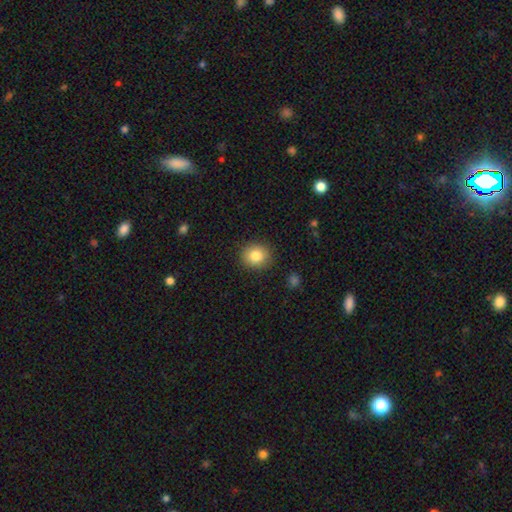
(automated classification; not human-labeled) Smooth or featured?
  - smooth: 83% *
  - star or artifact: 10%
  - featured or disk: 7%
How rounded?
  - round: 82% *
  - in between: 17%
  - cigar-shaped: 1%
Merging?
  - none: 90% *
  - minor disturbance: 7%
  - major disturbance: 2%
  - merger: 1%